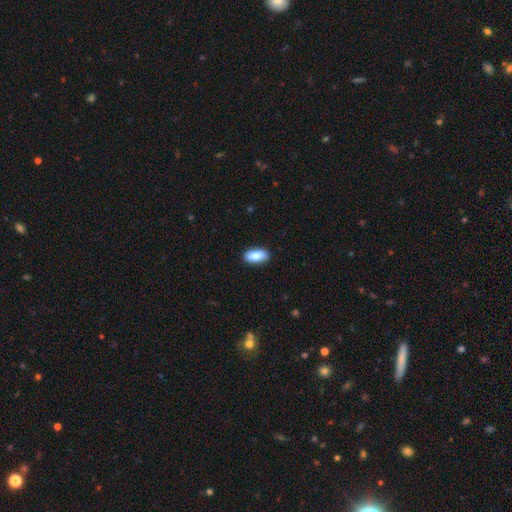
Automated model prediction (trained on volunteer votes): Overall: smooth (86%). How rounded: in between (89%). Merging: none (89%).